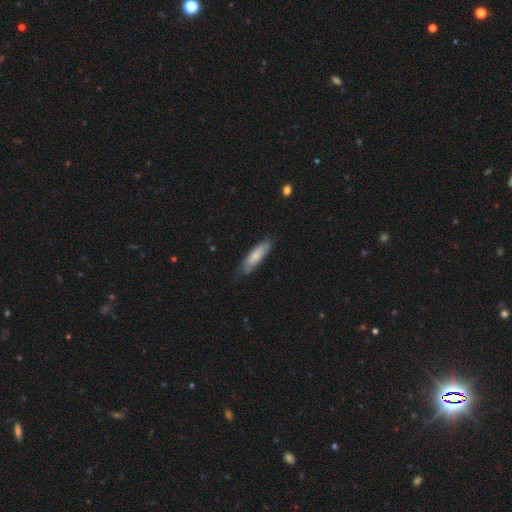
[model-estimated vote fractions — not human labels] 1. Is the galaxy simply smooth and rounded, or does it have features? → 71% smooth, 23% featured or disk, 5% star or artifact.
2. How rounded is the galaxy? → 60% cigar-shaped, 38% in between, 1% round.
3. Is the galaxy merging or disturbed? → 71% none, 23% minor disturbance, 4% major disturbance, 1% merger.